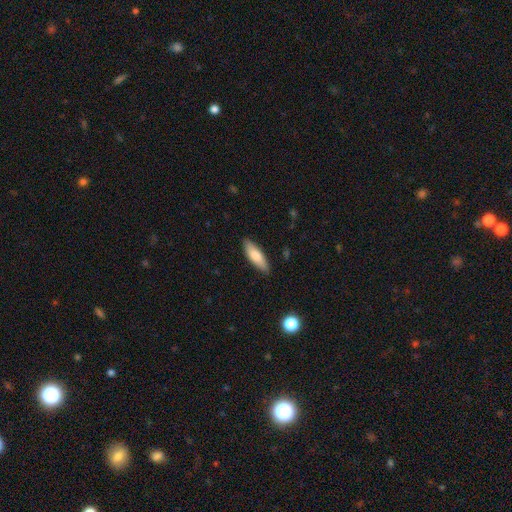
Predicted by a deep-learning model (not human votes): This appears to be a smooth galaxy with no disk features (76%) that is in between round and cigar-shaped (55%). Merging: none (86%).